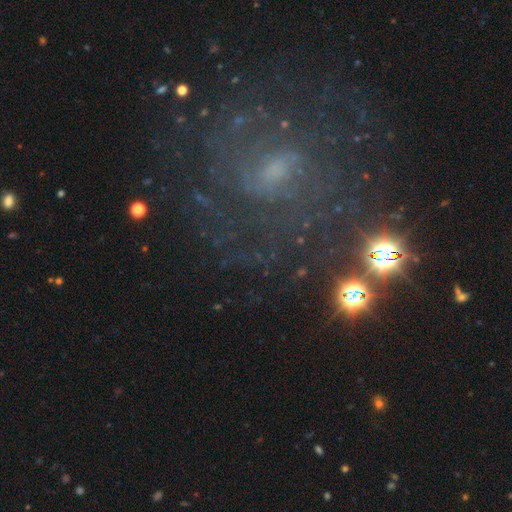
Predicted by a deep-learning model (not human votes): Smooth or featured? featured or disk (71%)
Edge-on disk? no (97%)
Bar? weak (54%)
Spiral arms? yes (85%)
Spiral winding? tight (55%)
Spiral arm count? can't tell (51%)
Bulge size? small (55%)
Merging? none (72%)